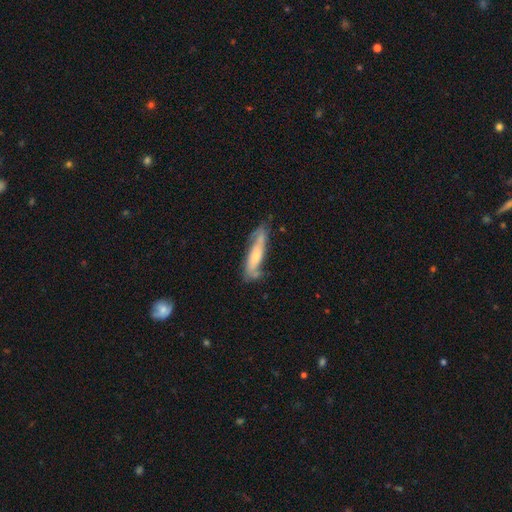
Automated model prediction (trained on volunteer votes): A featured or disk galaxy (58%).

Vote fractions:
- Smooth or featured? featured or disk: 58% / smooth: 35% / star or artifact: 6%
- Edge-on disk? no: 62% / yes: 38%
- Merging? none: 63% / minor disturbance: 25% / major disturbance: 8% / merger: 4%